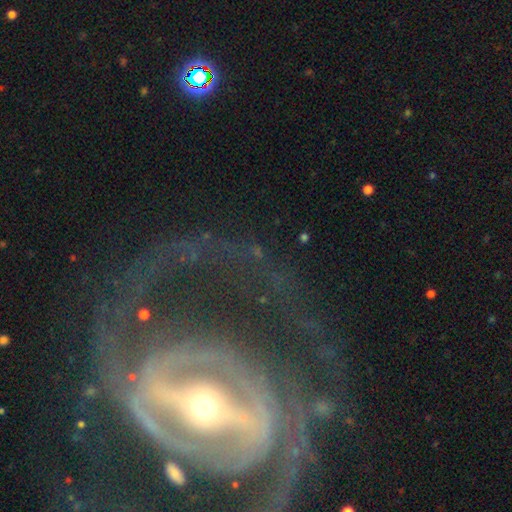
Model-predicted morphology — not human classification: A featured or disk galaxy (86%) with a strong bar (60%), 2 (57%) medium (41%) spiral arms (83%) and a moderate central bulge (51%).

Vote fractions:
- Smooth or featured? featured or disk: 86% / star or artifact: 7% / smooth: 6%
- Edge-on disk? no: 93% / yes: 7%
- Bar? strong: 60% / weak: 22% / no: 18%
- Spiral arms? yes: 83% / no: 17%
- Spiral winding? medium: 41% / tight: 37% / loose: 22%
- Spiral arm count? 2: 57% / can't tell: 17% / 3: 9% / 1: 7% / 4: 5% / more than 4: 5%
- Bulge size? moderate: 51% / small: 41% / large: 5% / dominant: 2% / none: 1%
- Merging? none: 57% / major disturbance: 25% / minor disturbance: 14% / merger: 3%